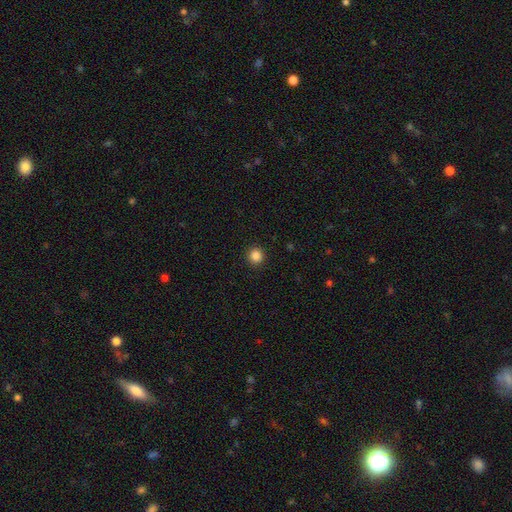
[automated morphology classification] Overall: smooth (85%). How rounded: round (94%). Merging: none (93%).